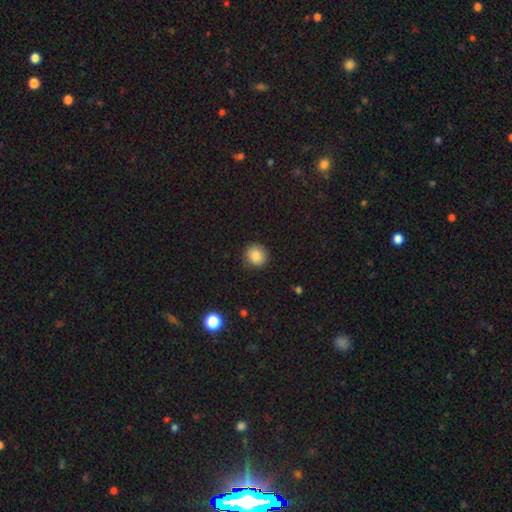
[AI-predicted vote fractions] Morphology: type=smooth (85%); roundness=round (87%); merging=none (86%).